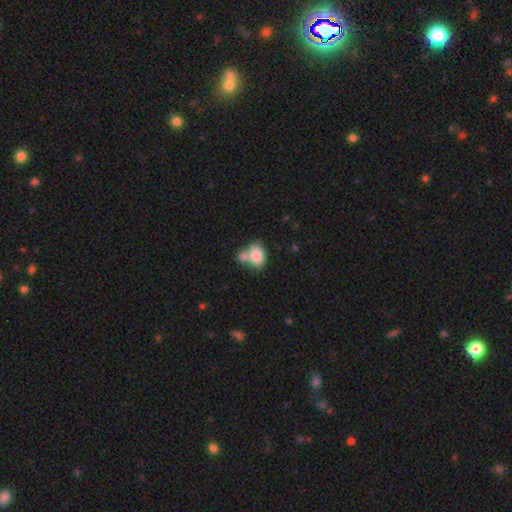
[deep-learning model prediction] Overall: smooth (82%). How rounded: in between (72%). Merging: merger (46%; none 36%).